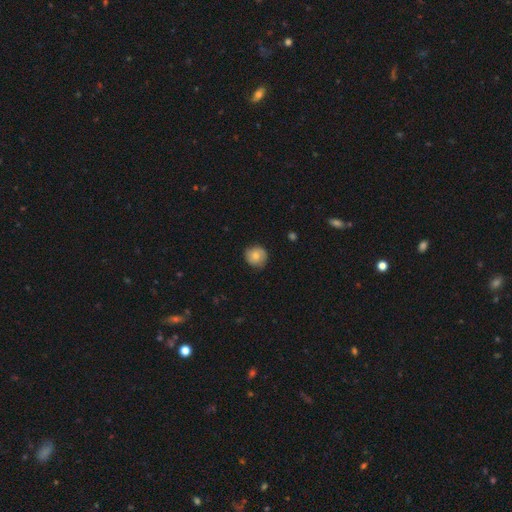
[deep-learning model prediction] smooth-or-featured: smooth: 76% | featured or disk: 16% | star or artifact: 8%
  how-rounded: round: 91% | in between: 8% | cigar-shaped: 1%
  merging: none: 79% | minor disturbance: 17% | major disturbance: 3% | merger: 1%